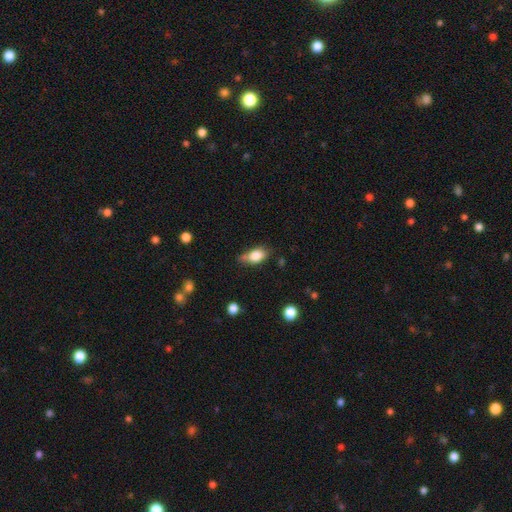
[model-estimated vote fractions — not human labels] Smooth or featured?
  - smooth: 81% *
  - featured or disk: 11%
  - star or artifact: 8%
How rounded?
  - in between: 84% *
  - round: 10%
  - cigar-shaped: 5%
Merging?
  - none: 54% *
  - minor disturbance: 33%
  - major disturbance: 7%
  - merger: 6%